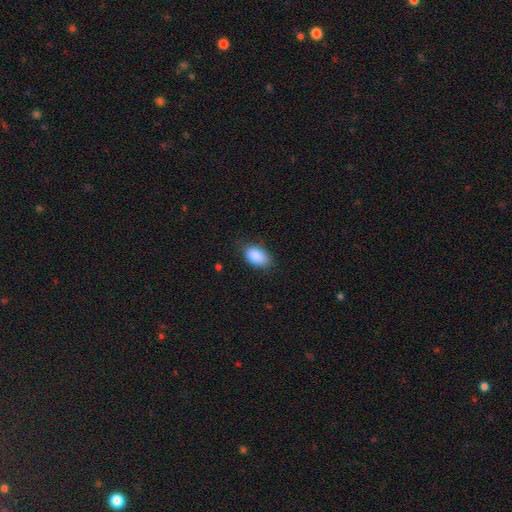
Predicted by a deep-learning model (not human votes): Overall: smooth (89%). How rounded: in between (92%). Merging: none (79%).